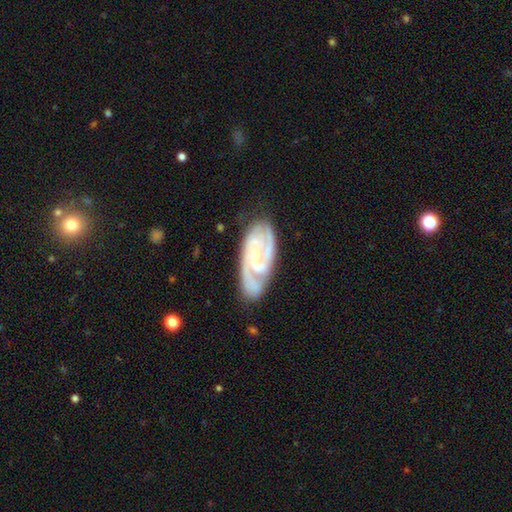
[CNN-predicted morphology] A featured or disk galaxy (89%) with no bar (53%), 2 (51%) tight (59%) spiral arms (98%) and a small central bulge (71%).

Vote fractions:
- Smooth or featured? featured or disk: 89% / smooth: 6% / star or artifact: 5%
- Edge-on disk? no: 96% / yes: 4%
- Bar? no: 53% / weak: 34% / strong: 13%
- Spiral arms? yes: 98% / no: 2%
- Spiral winding? tight: 59% / medium: 35% / loose: 5%
- Spiral arm count? 2: 51% / 3: 30% / can't tell: 9% / 4: 4% / 1: 3% / more than 4: 3%
- Bulge size? small: 71% / moderate: 23% / none: 4% / large: 1% / dominant: 1%
- Merging? none: 75% / minor disturbance: 18% / major disturbance: 5% / merger: 2%